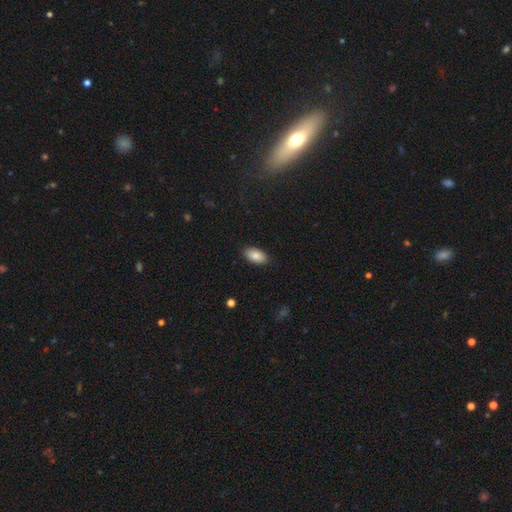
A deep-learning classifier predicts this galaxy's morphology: A smooth galaxy with no disk features (85%) that is in between round and cigar-shaped (94%).

Vote fractions:
- Smooth or featured? smooth: 85% / featured or disk: 8% / star or artifact: 7%
- How rounded? in between: 94% / round: 3% / cigar-shaped: 2%
- Merging? none: 88% / minor disturbance: 9% / major disturbance: 2% / merger: 1%